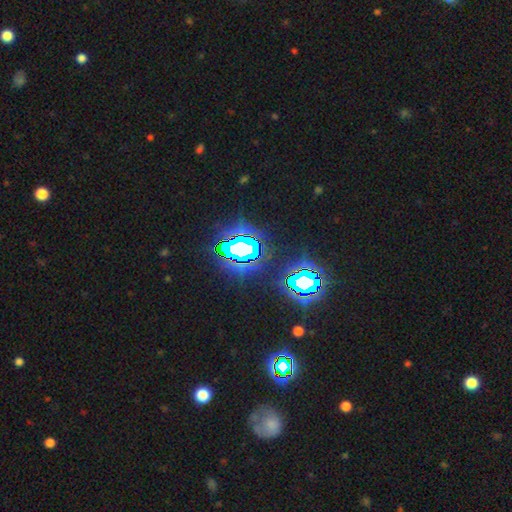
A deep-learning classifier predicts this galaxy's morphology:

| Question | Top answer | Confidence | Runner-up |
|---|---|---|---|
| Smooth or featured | star or artifact | 82% | smooth (11%) |